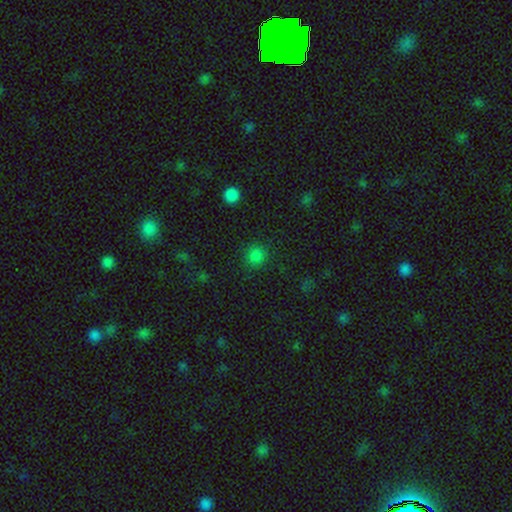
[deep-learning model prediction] Q: Smooth or featured?
A: smooth (81%); runner-up: star or artifact (16%)
Q: How rounded?
A: round (91%); runner-up: in between (8%)
Q: Merging?
A: none (87%); runner-up: minor disturbance (8%)